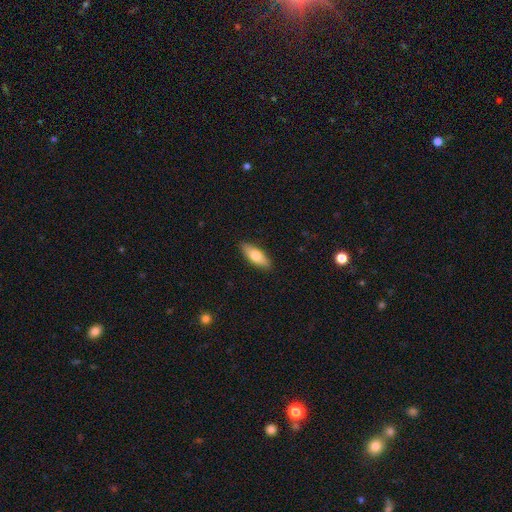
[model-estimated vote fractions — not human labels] This is likely a smooth galaxy (71%). How rounded: likely in between (66%). Merging: clearly none (89%).